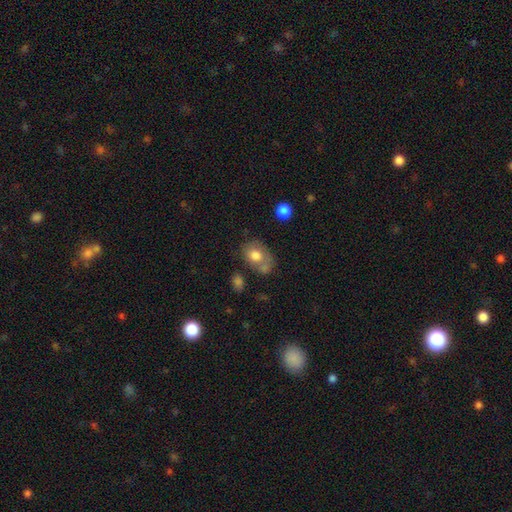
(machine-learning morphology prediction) This appears to be a smooth galaxy with no disk features (73%) that is in between round and cigar-shaped (66%). Merging: none (45%).